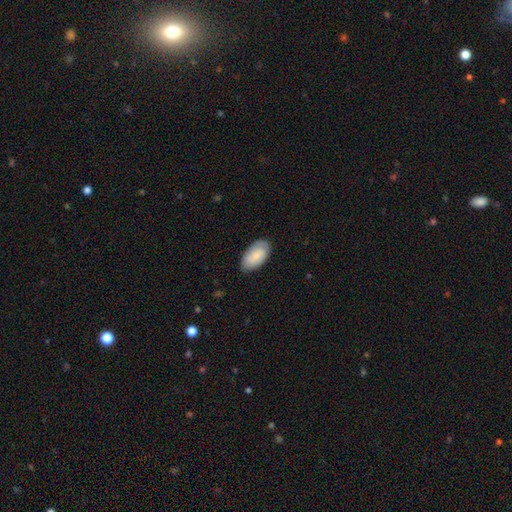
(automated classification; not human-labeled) Morphology: type=smooth (73%); roundness=in between (95%); merging=none (81%).